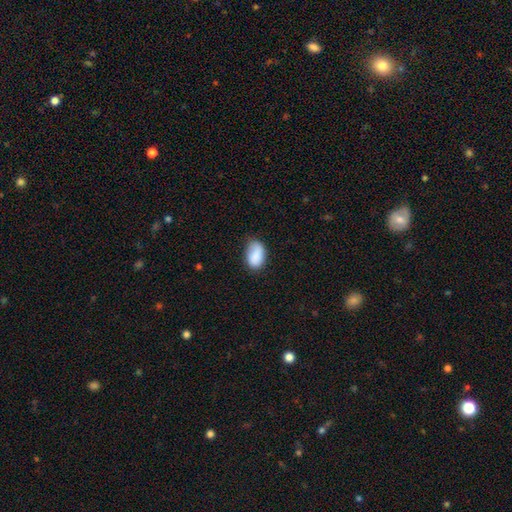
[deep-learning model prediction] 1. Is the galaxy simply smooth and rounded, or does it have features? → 87% smooth, 7% star or artifact, 6% featured or disk.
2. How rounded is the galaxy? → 90% in between, 9% round, 1% cigar-shaped.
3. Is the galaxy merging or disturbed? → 65% none, 28% minor disturbance, 6% major disturbance, 2% merger.